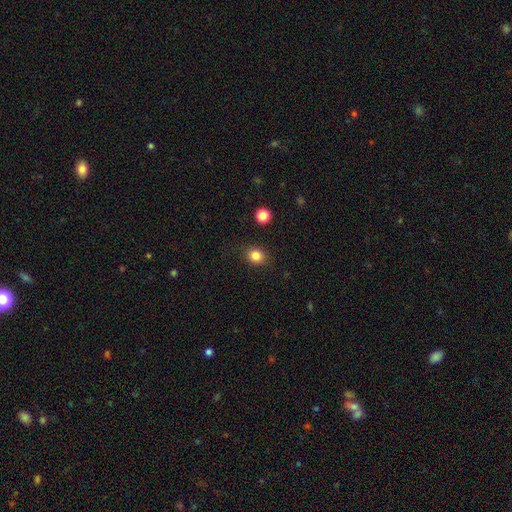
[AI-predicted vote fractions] smooth_or_featured: smooth (p=0.84) [alt: star or artifact p=0.11]
how_rounded: round (p=0.72) [alt: in between p=0.27]
merging: none (p=0.87) [alt: minor disturbance p=0.09]